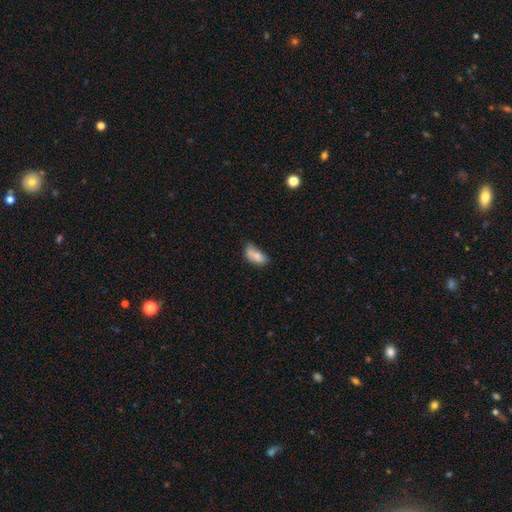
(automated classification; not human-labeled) The model was most divided on "merging": none: 41%, minor disturbance: 32%, merger: 16%, major disturbance: 11%. More confident: how rounded — in between (88%); smooth or featured — smooth (77%).